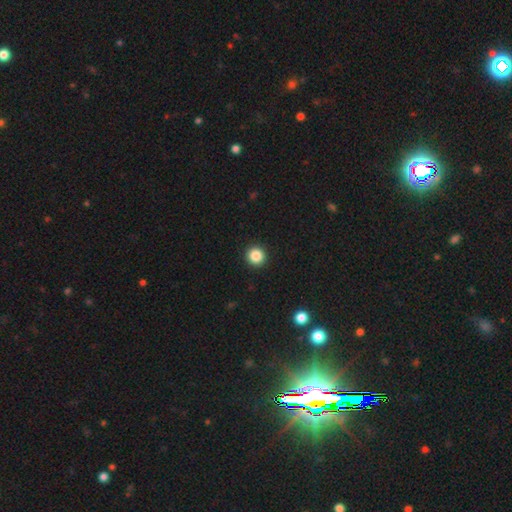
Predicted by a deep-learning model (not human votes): Smooth or featured? smooth (86%)
How rounded? round (95%)
Merging? none (93%)